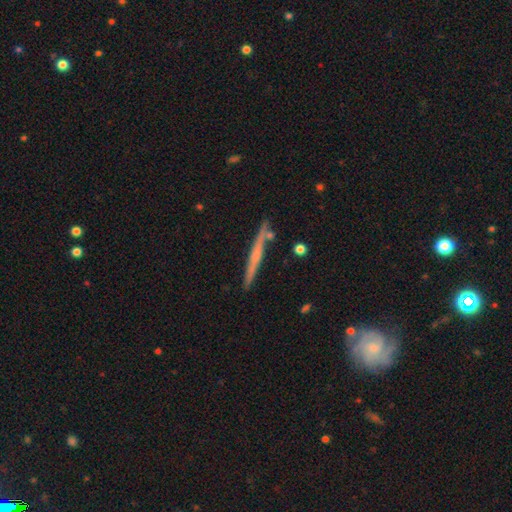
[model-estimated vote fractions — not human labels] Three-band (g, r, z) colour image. It shows a featured or disk galaxy (57%) viewed edge-on (96%) with no central bulge (60%). Merging: none (84%).